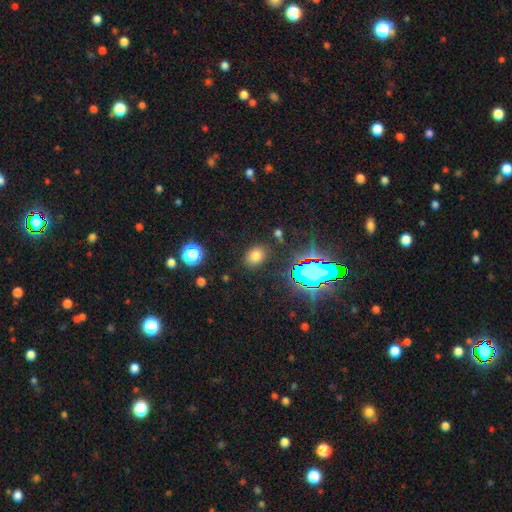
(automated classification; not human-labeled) Smooth or featured: smooth — 70% (star or artifact — 21%)
How rounded: in between — 63% (round — 36%)
Merging: none — 83% (minor disturbance — 11%)